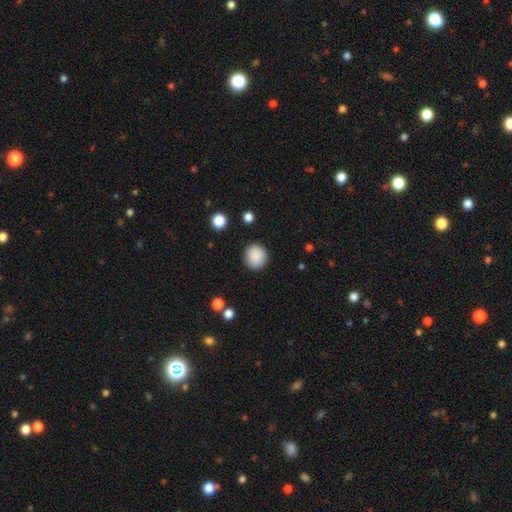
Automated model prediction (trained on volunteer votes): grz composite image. It shows a smooth galaxy with no disk features (89%) that is round (87%). Merging: none (89%).